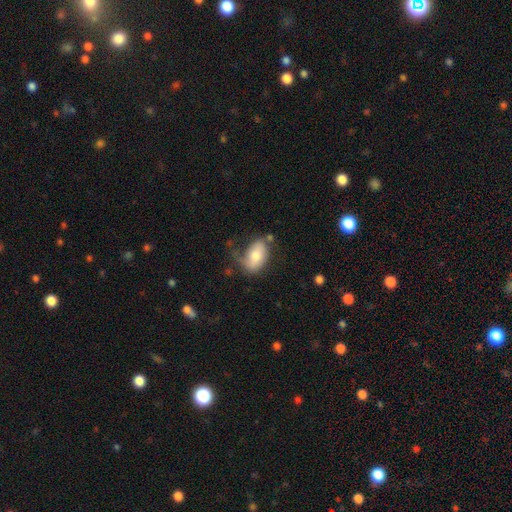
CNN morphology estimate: type=smooth (70%); roundness=in between (91%); merging=none (50%).